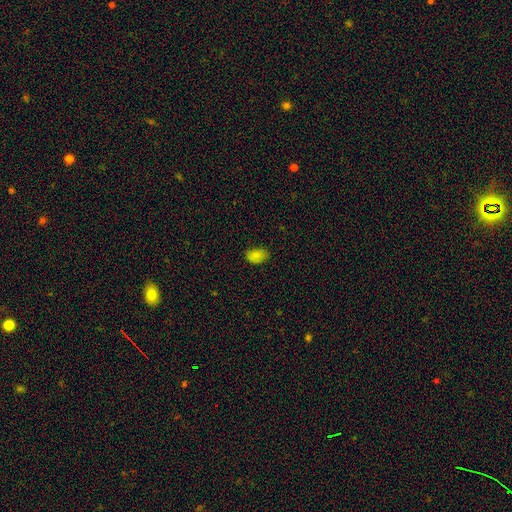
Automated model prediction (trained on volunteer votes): A smooth galaxy with no disk features (83%) that is in between round and cigar-shaped (89%). Merging: none (80%).